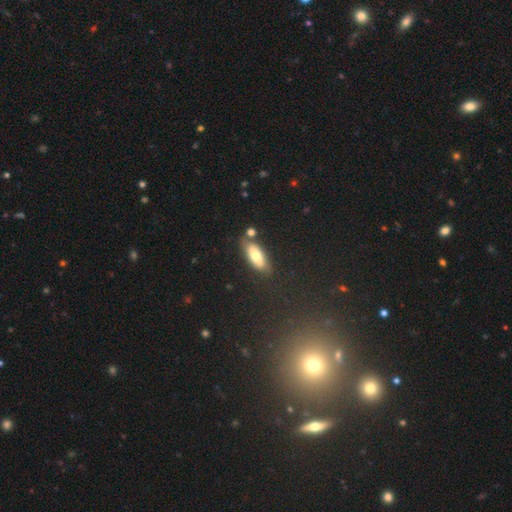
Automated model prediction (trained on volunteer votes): smooth_or_featured: smooth (p=0.72) [alt: featured or disk p=0.19]
how_rounded: in between (p=0.78) [alt: cigar-shaped p=0.19]
merging: none (p=0.74) [alt: minor disturbance p=0.15]